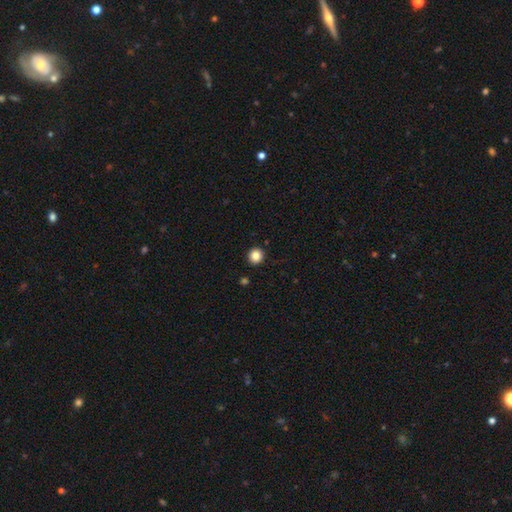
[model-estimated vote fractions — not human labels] This appears to be a smooth galaxy with no disk features (85%) that is round (92%). Merging: none (93%).